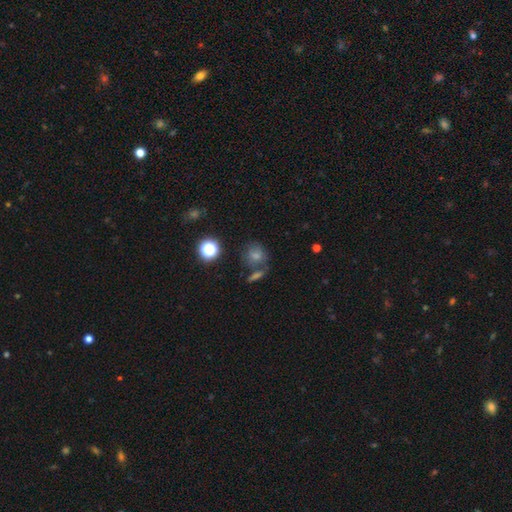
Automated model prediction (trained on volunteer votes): This appears to be a smooth galaxy with no disk features (67%) that is round (73%). Merging: none (56%).